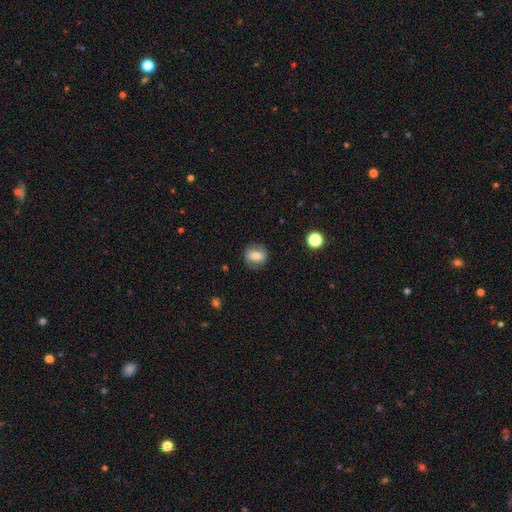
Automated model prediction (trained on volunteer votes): smooth_or_featured: smooth (p=0.70) [alt: featured or disk p=0.21]
how_rounded: round (p=0.58) [alt: in between p=0.40]
merging: none (p=0.82) [alt: minor disturbance p=0.12]